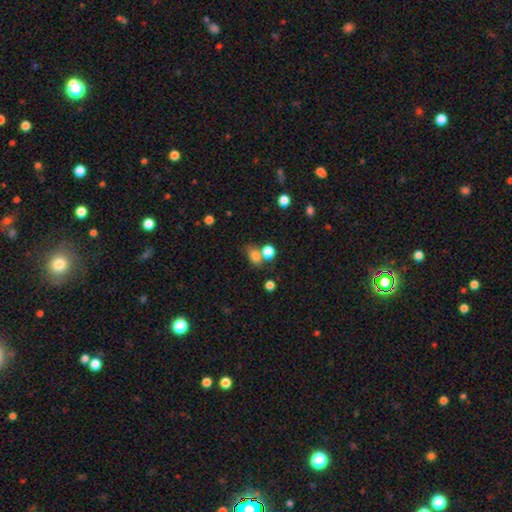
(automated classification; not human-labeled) smooth-or-featured: smooth: 76% | star or artifact: 15% | featured or disk: 9%
  how-rounded: in between: 60% | round: 37% | cigar-shaped: 2%
  merging: none: 49% | merger: 31% | minor disturbance: 13% | major disturbance: 7%